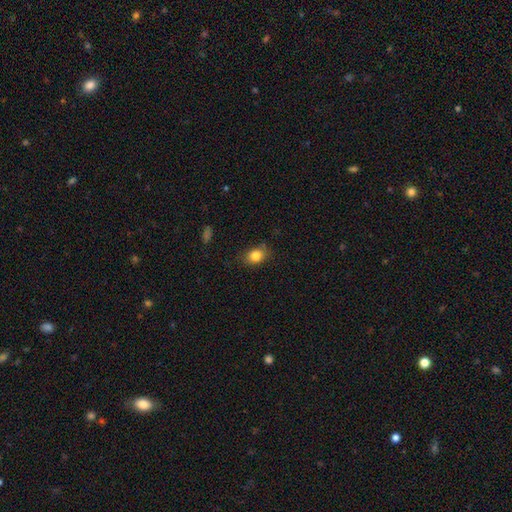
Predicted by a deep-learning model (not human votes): Overall: smooth (82%). How rounded: in between (65%; round 34%). Merging: none (78%).